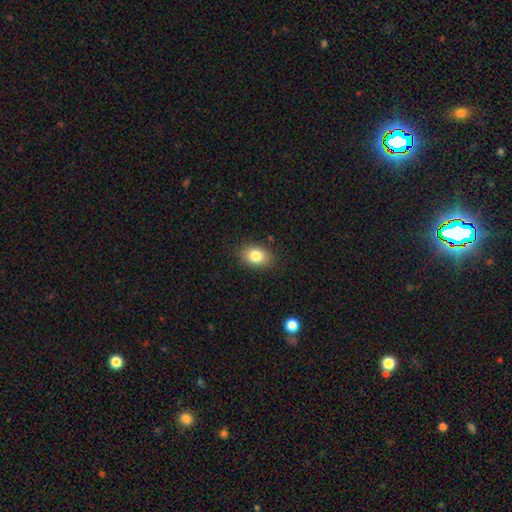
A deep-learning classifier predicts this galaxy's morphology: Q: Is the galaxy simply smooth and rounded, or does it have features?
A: smooth — 83%.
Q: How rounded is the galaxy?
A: in between — 78%.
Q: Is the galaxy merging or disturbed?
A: none — 86%.